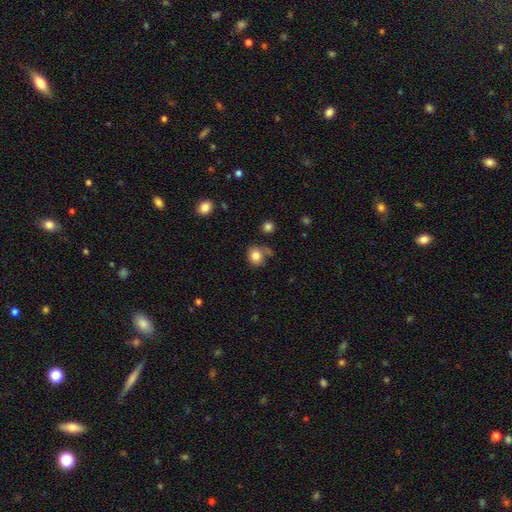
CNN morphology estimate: Smooth or featured? smooth (81%)
How rounded? round (74%)
Merging? none (60%)